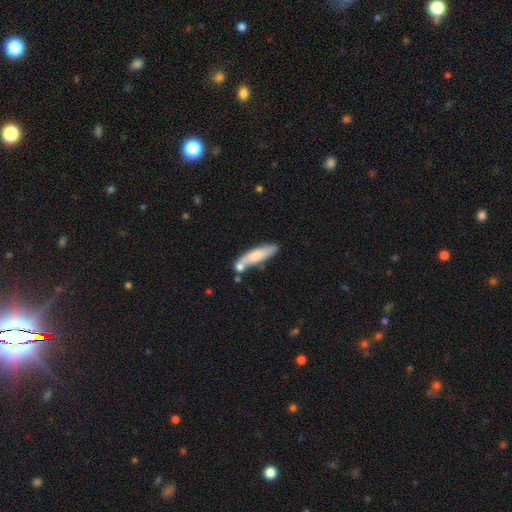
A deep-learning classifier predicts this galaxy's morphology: smooth-or-featured: smooth: 67% | featured or disk: 28% | star or artifact: 6%
  how-rounded: cigar-shaped: 75% | in between: 24% | round: 2%
  merging: none: 58% | merger: 20% | minor disturbance: 17% | major disturbance: 4%